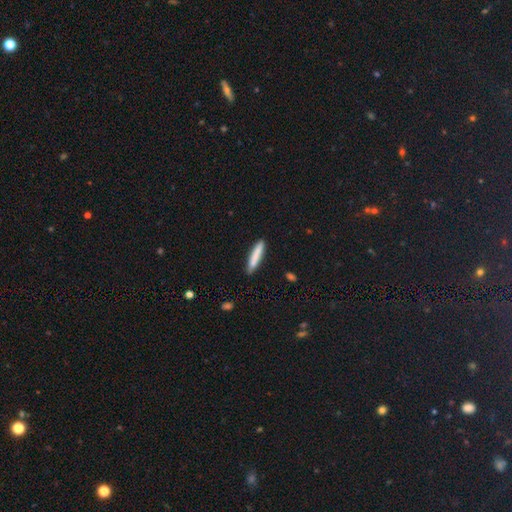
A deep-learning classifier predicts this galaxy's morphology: Overall: smooth (81%). How rounded: cigar-shaped (90%). Merging: none (87%).